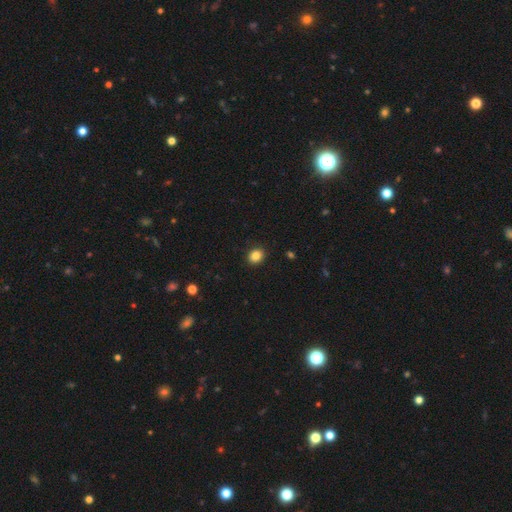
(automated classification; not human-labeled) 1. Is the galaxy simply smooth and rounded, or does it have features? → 85% smooth, 10% star or artifact, 5% featured or disk.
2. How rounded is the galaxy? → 61% round, 38% in between, 1% cigar-shaped.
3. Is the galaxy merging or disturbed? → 91% none, 6% minor disturbance, 2% major disturbance, 1% merger.